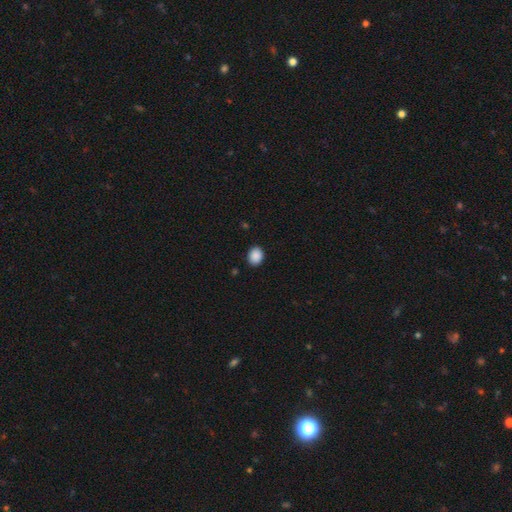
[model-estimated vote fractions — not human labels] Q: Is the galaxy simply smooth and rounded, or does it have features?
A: smooth — 90%.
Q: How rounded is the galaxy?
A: round — 50%.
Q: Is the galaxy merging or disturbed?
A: none — 89%.